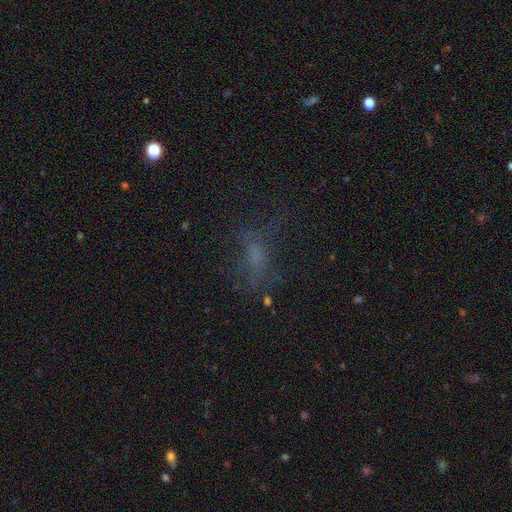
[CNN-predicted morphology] Q: Smooth or featured?
A: smooth (42%); runner-up: star or artifact (31%)
Q: Merging?
A: none (50%); runner-up: major disturbance (28%)